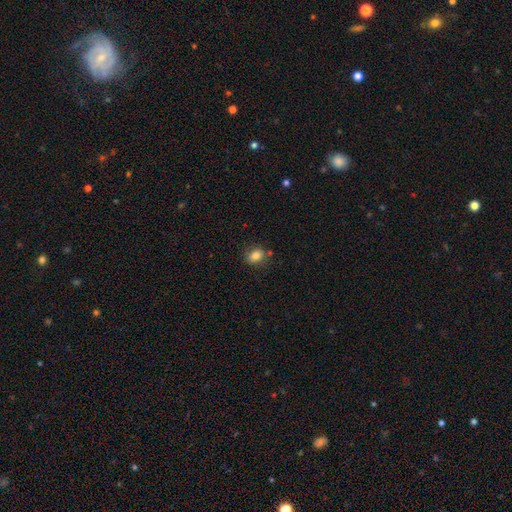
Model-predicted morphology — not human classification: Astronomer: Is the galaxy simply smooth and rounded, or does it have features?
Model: smooth — 82%.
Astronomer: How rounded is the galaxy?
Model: in between — 54% (runner-up: round, 44%).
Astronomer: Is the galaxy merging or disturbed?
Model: none — 79%.